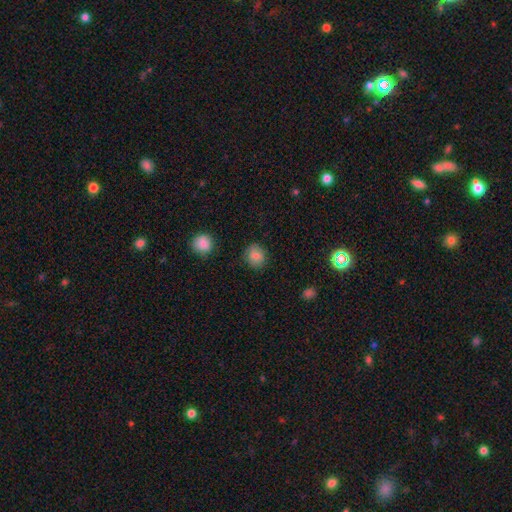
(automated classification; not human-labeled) smooth 82%, star or artifact 10%, featured or disk 8%. Down the decision tree: how rounded — round (76%); merging — none (86%).